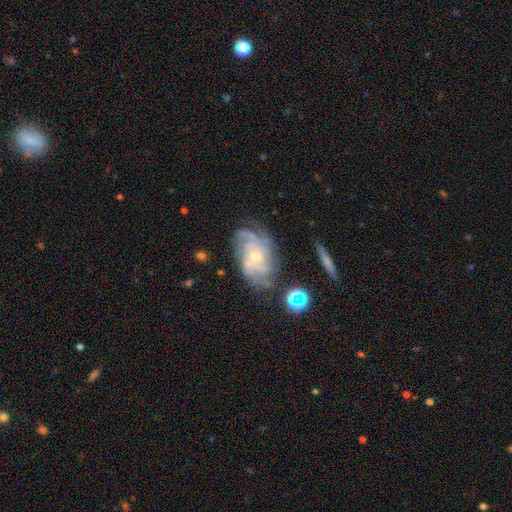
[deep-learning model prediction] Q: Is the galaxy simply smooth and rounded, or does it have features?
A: featured or disk — 82%.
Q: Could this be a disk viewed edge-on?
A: no — 96%.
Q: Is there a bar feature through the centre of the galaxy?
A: no — 71%.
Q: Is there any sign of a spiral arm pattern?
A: yes — 95%.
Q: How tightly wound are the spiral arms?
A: tight — 52%.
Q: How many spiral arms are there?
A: can't tell — 28%.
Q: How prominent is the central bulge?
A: small — 68%.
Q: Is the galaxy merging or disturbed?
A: none — 67%.